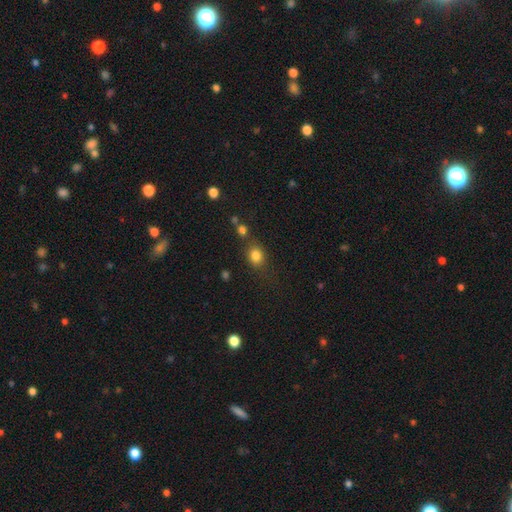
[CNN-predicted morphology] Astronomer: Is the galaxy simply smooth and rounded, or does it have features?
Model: smooth — 82%.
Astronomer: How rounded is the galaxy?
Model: round — 50% (runner-up: in between, 49%).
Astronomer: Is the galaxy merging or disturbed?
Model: none — 66%.